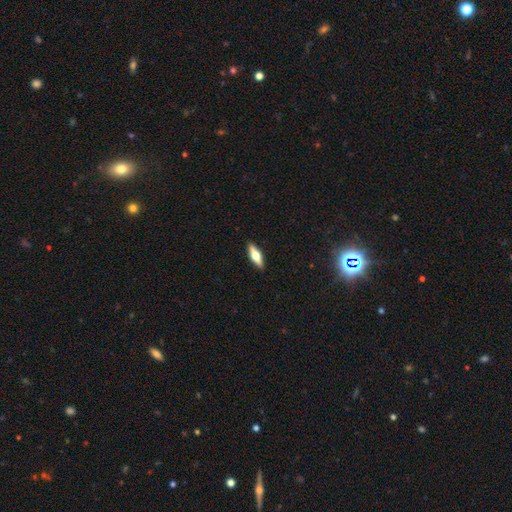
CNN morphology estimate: This appears to be a featured or disk galaxy (48%). Merging: none (91%).